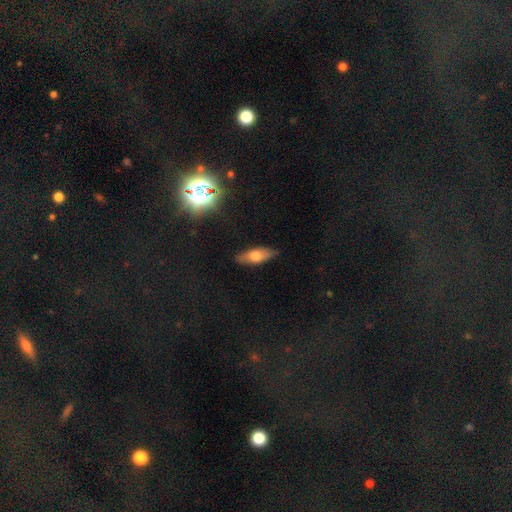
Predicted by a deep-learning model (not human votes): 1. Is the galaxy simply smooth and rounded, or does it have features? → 57% smooth, 35% featured or disk, 9% star or artifact.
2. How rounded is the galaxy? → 69% in between, 27% cigar-shaped, 4% round.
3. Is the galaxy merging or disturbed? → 84% none, 13% minor disturbance, 2% major disturbance, 1% merger.